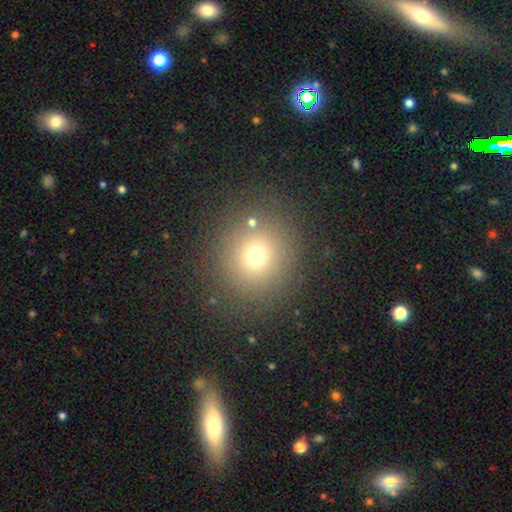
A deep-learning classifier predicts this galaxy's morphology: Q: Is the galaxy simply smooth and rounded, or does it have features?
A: smooth — 71%.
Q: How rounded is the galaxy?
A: round — 89%.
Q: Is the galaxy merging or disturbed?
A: none — 85%.